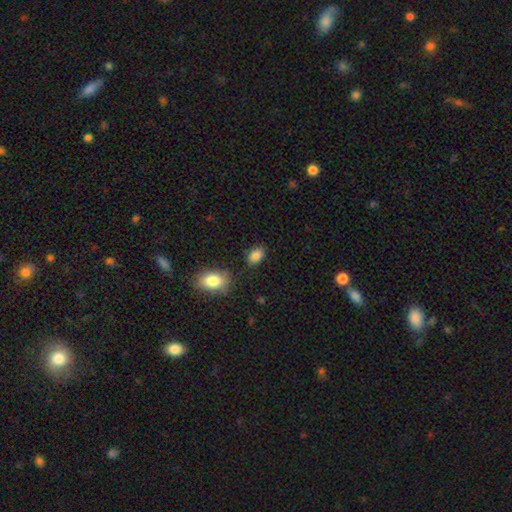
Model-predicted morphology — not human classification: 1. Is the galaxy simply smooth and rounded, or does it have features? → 84% smooth, 9% star or artifact, 7% featured or disk.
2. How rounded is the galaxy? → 86% in between, 12% round, 2% cigar-shaped.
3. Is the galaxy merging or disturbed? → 78% none, 15% minor disturbance, 4% merger, 3% major disturbance.